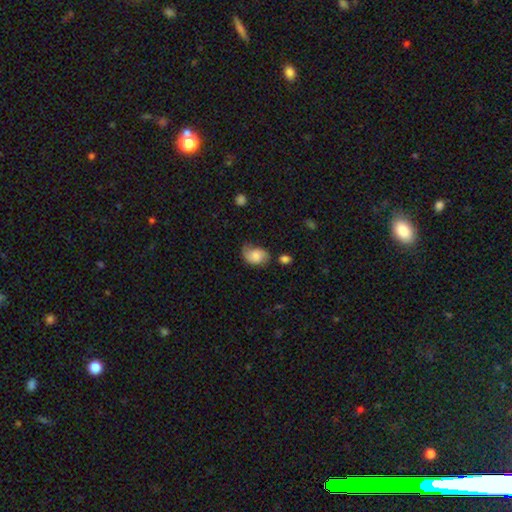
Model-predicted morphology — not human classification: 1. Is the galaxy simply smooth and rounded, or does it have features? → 58% smooth, 34% featured or disk, 8% star or artifact.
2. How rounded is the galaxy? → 78% in between, 21% round, 1% cigar-shaped.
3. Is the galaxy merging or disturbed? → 50% none, 34% minor disturbance, 12% major disturbance, 4% merger.